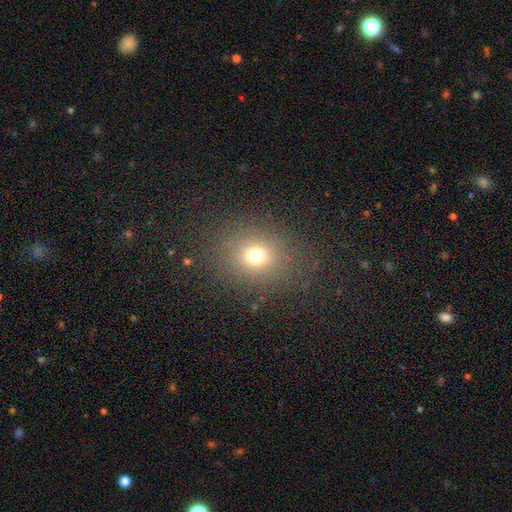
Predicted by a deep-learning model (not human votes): smooth_or_featured: smooth (p=0.71) [alt: star or artifact p=0.19]
how_rounded: round (p=0.71) [alt: in between p=0.28]
merging: none (p=0.83) [alt: minor disturbance p=0.09]